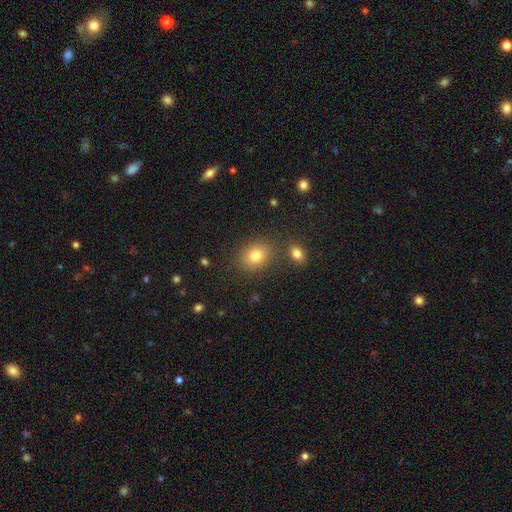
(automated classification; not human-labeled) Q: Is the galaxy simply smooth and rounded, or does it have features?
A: smooth — 80%.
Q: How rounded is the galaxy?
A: in between — 55%.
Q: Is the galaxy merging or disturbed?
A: none — 81%.